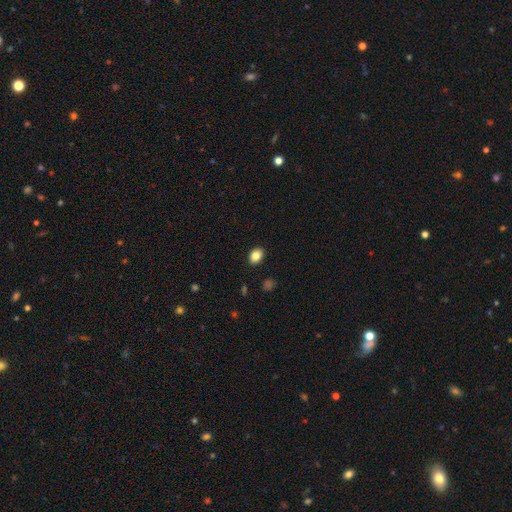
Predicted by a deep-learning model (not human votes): Morphology: type=smooth (85%); roundness=in between (74%); merging=none (89%).